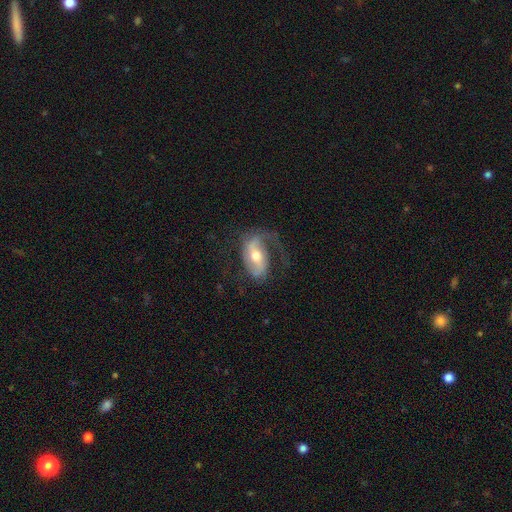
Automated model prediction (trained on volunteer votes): A featured or disk galaxy (78%) with a weak bar (38%), 2 (68%) loose (47%) spiral arms (91%) and a moderate central bulge (71%). Merging: none (55%).